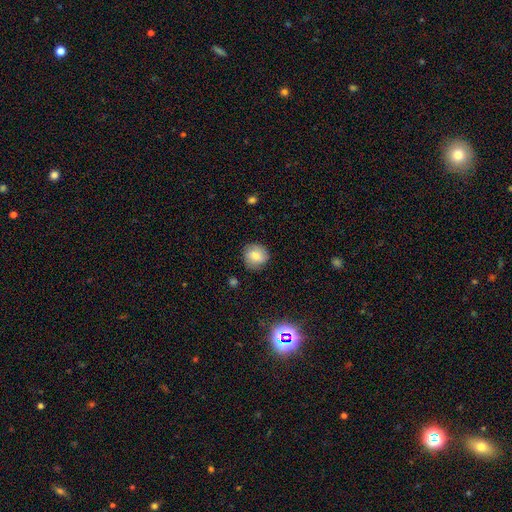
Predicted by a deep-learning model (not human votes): smooth 76%, featured or disk 14%, star or artifact 9%. Down the decision tree: how rounded — round (87%); merging — none (84%).